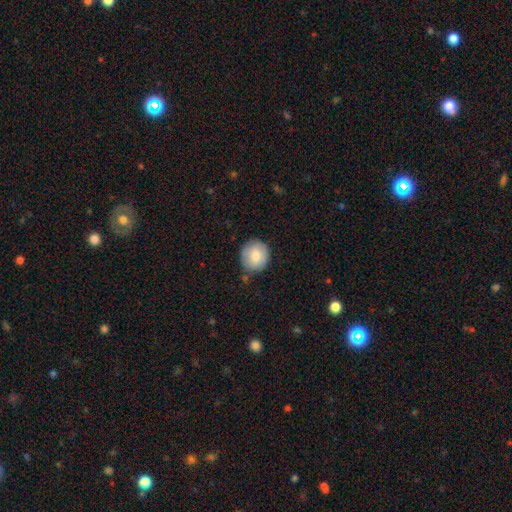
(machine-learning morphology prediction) Smooth or featured: smooth — 82% (featured or disk — 11%)
How rounded: round — 87% (in between — 12%)
Merging: none — 79% (minor disturbance — 15%)